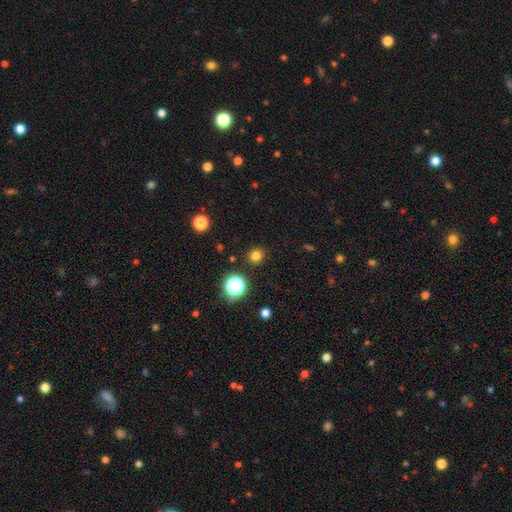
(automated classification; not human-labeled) Smooth or featured?
  - smooth: 79% *
  - star or artifact: 17%
  - featured or disk: 4%
How rounded?
  - round: 92% *
  - in between: 8%
  - cigar-shaped: 1%
Merging?
  - none: 91% *
  - minor disturbance: 5%
  - major disturbance: 2%
  - merger: 1%